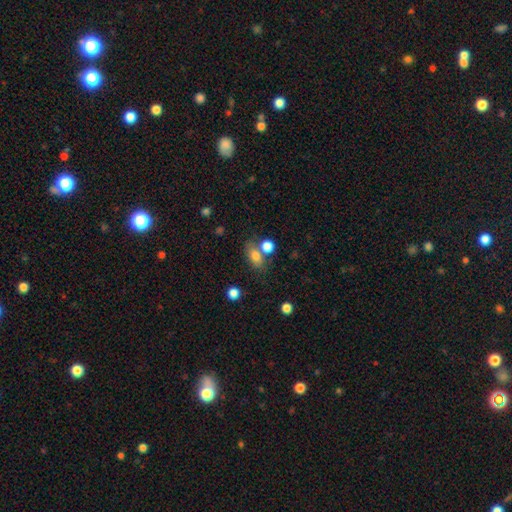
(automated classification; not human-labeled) Smooth or featured? Predicted: smooth (p=0.78). How rounded? Predicted: in between (p=0.76). Merging? Predicted: none (p=0.55).